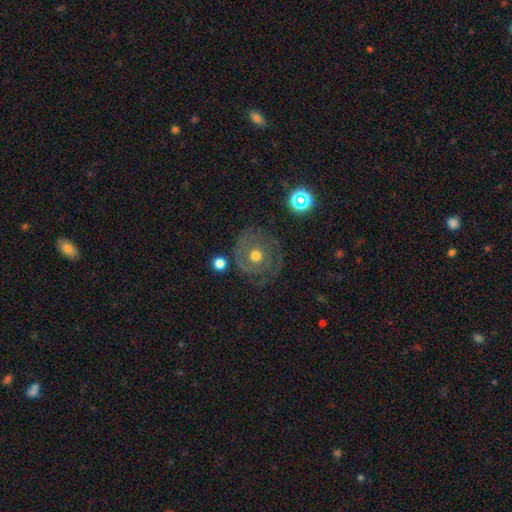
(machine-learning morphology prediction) Overall: featured or disk (56%; smooth 33%). Edge-on disk: no (97%). Bar: no (88%). Spiral arms: yes (55%; no 45%). Bulge size: moderate (73%). Merging: none (72%).